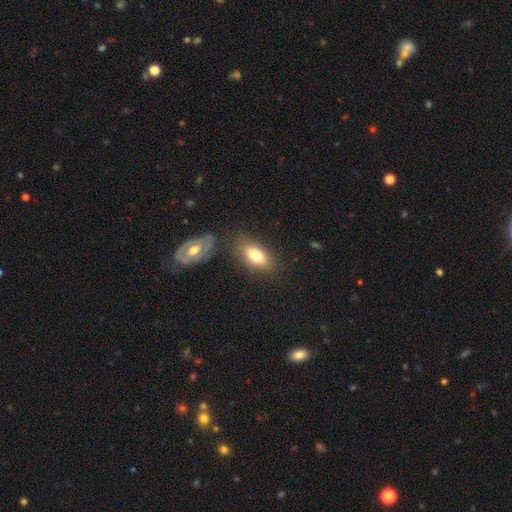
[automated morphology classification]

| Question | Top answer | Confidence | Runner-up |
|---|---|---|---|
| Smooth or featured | smooth | 75% | featured or disk (17%) |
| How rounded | in between | 88% | round (6%) |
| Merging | none | 74% | minor disturbance (14%) |